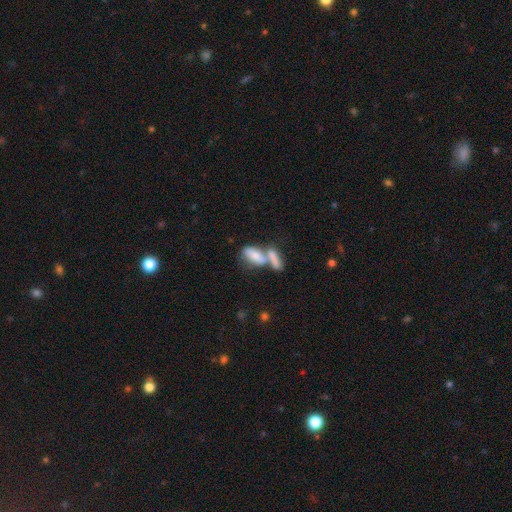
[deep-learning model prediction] A smooth galaxy with no disk features (63%) that is in between round and cigar-shaped (75%).

Vote fractions:
- Smooth or featured? smooth: 63% / featured or disk: 27% / star or artifact: 10%
- How rounded? in between: 75% / cigar-shaped: 20% / round: 5%
- Merging? merger: 61% / none: 24% / minor disturbance: 9% / major disturbance: 6%